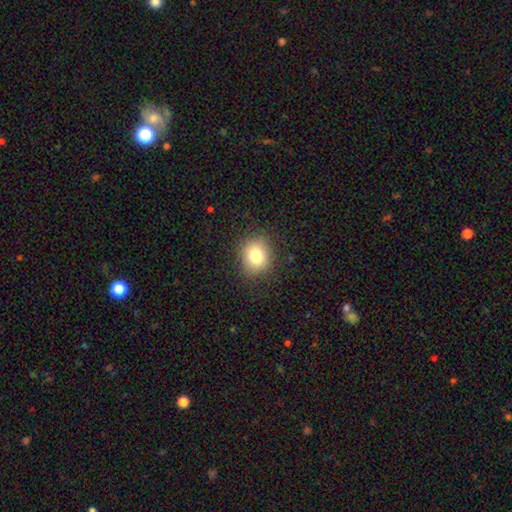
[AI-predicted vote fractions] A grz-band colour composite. It shows a smooth galaxy with no disk features (79%) that is round (71%). Merging: none (86%).